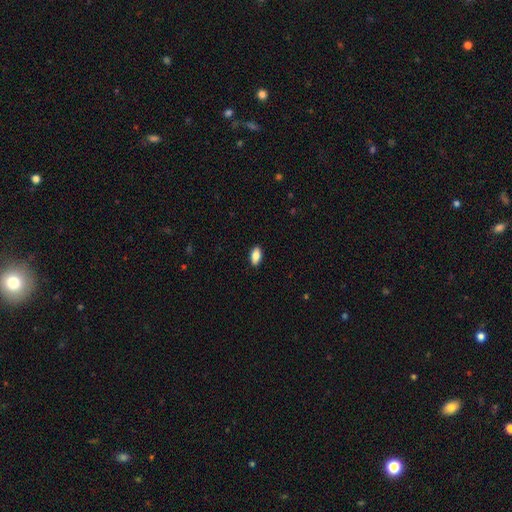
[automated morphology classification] smooth-or-featured: smooth: 85% | featured or disk: 8% | star or artifact: 7%
  how-rounded: in between: 90% | cigar-shaped: 7% | round: 4%
  merging: none: 89% | minor disturbance: 8% | major disturbance: 2% | merger: 1%